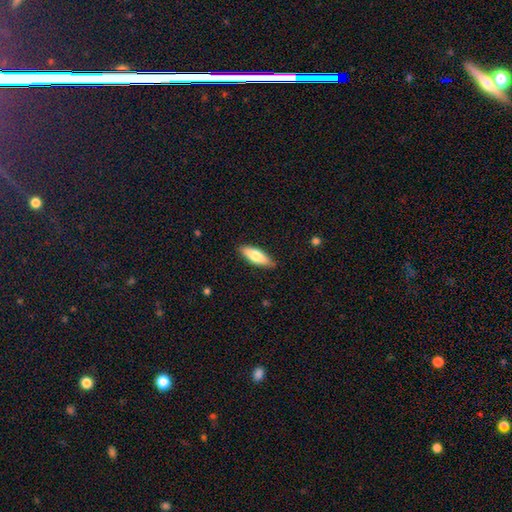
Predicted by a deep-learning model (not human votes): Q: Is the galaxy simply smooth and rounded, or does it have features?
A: smooth — 71%.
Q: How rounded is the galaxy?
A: in between — 57%.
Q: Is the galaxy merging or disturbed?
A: none — 86%.